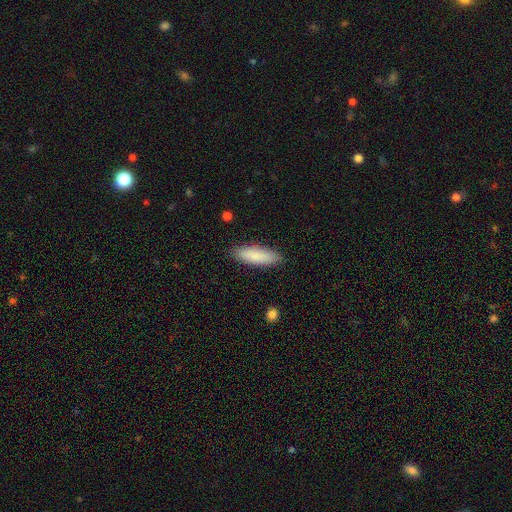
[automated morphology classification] Smooth or featured?
  - smooth: 86% *
  - featured or disk: 8%
  - star or artifact: 6%
How rounded?
  - cigar-shaped: 52% *
  - in between: 47%
  - round: 2%
Merging?
  - none: 89% *
  - minor disturbance: 8%
  - major disturbance: 2%
  - merger: 1%